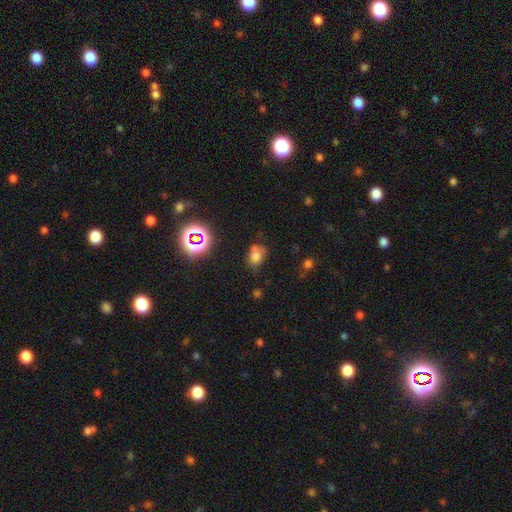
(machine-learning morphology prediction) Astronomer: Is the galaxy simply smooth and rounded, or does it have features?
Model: smooth — 66%.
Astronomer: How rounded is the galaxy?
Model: in between — 56% (runner-up: round, 42%).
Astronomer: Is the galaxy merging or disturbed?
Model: none — 48% (runner-up: merger, 23%).